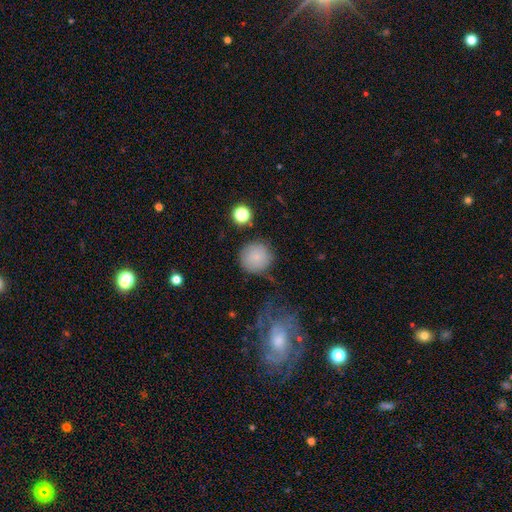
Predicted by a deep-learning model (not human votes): A smooth galaxy with no disk features (80%) that is round (94%).

Vote fractions:
- Smooth or featured? smooth: 80% / featured or disk: 10% / star or artifact: 10%
- How rounded? round: 94% / in between: 5% / cigar-shaped: 1%
- Merging? none: 79% / minor disturbance: 13% / major disturbance: 5% / merger: 3%